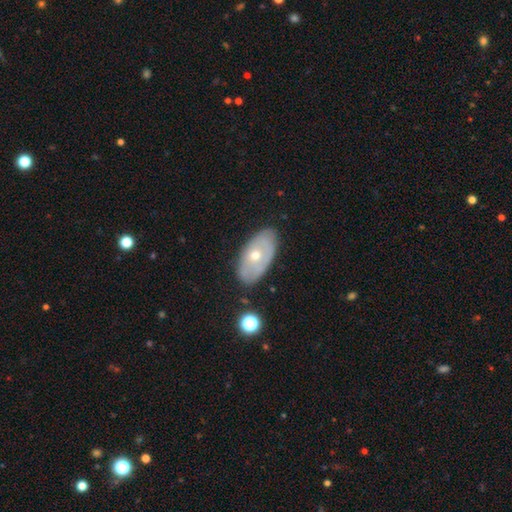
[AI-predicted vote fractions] smooth_or_featured: featured or disk (p=0.50) [alt: smooth p=0.43]
merging: none (p=0.77) [alt: minor disturbance p=0.17]